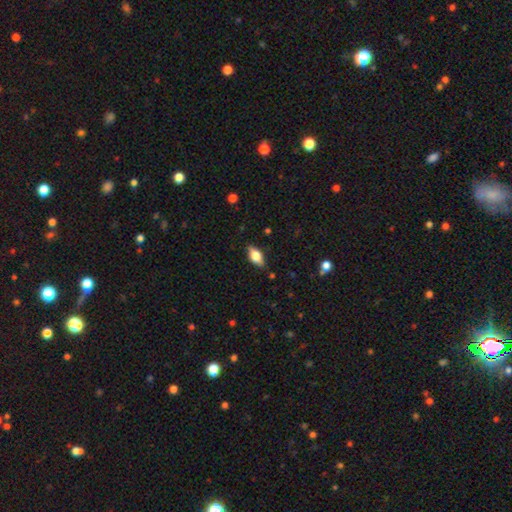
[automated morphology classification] Smooth or featured? smooth (64%)
How rounded? in between (86%)
Merging? none (84%)